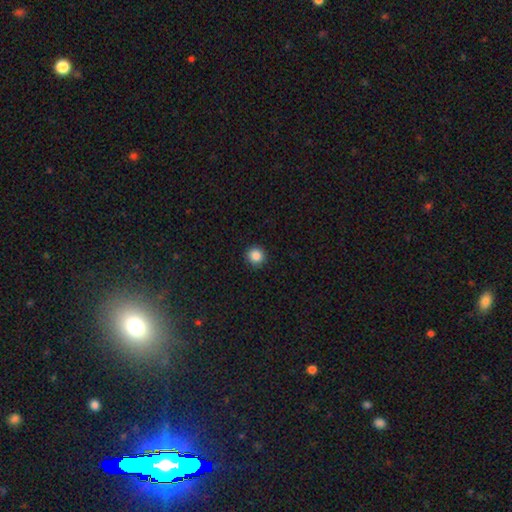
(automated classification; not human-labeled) The model was most divided on "smooth or featured": smooth: 87%, star or artifact: 10%, featured or disk: 3%. More confident: how rounded — round (94%); merging — none (92%).